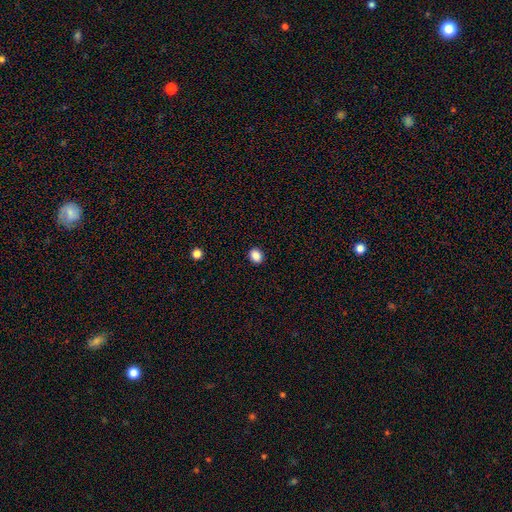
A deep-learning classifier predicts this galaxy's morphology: type=smooth (87%); roundness=round (52%); merging=none (91%).